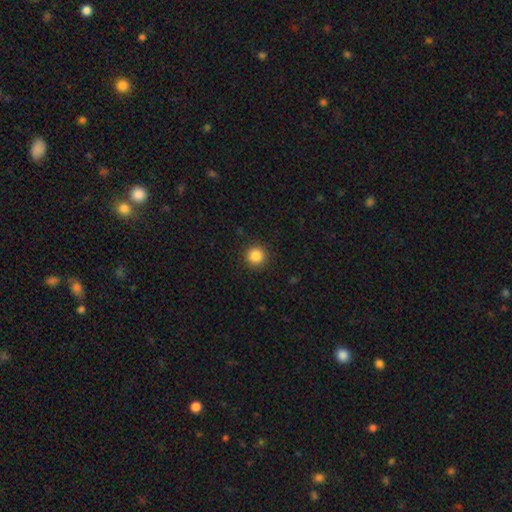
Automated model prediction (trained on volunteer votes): A smooth galaxy with no disk features (86%) that is round (95%). Merging: none (92%).